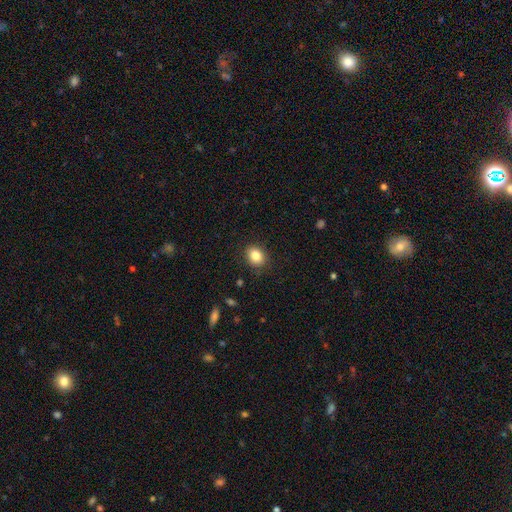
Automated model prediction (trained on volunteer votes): Overall: smooth (85%). How rounded: in between (54%; round 45%). Merging: none (87%).